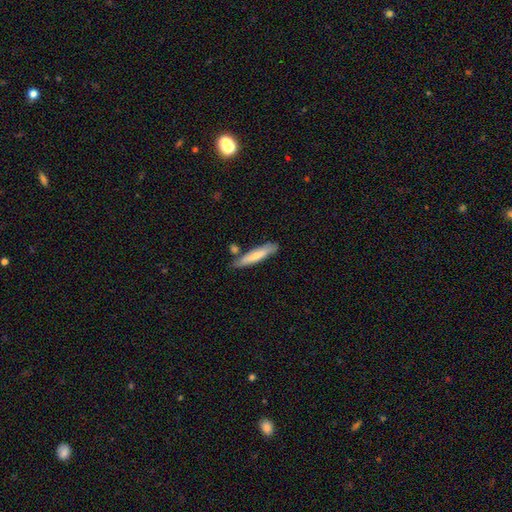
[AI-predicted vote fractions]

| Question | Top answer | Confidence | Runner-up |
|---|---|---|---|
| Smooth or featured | smooth | 65% | featured or disk (29%) |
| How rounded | cigar-shaped | 86% | in between (13%) |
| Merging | none | 71% | minor disturbance (15%) |